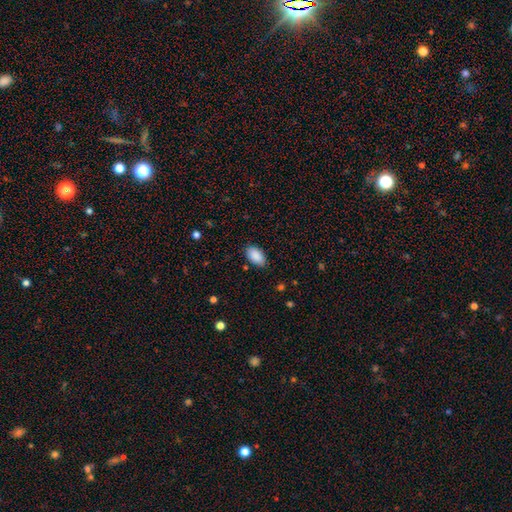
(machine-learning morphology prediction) Smooth or featured? smooth (89%)
How rounded? in between (94%)
Merging? none (82%)